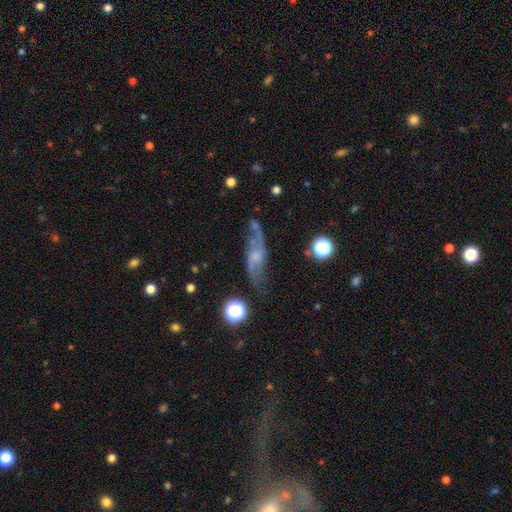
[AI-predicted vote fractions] Morphology: type=featured or disk (67%); edge-on=no (79%); bar=no (55%); spiral arms=yes (88%); bulge=small (37%); merging=none (63%).